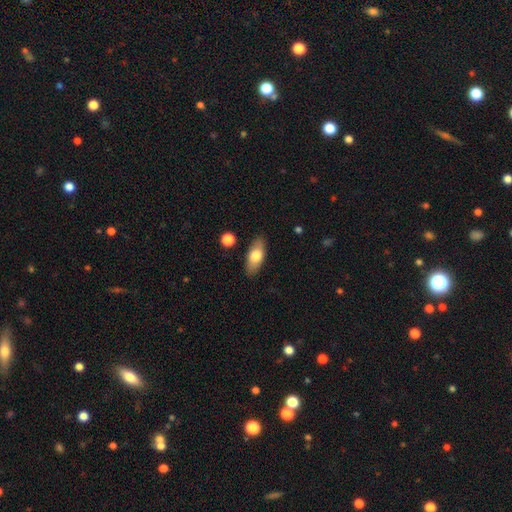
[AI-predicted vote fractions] This appears to be a smooth galaxy with no disk features (72%) that is in between round and cigar-shaped (82%). Merging: none (87%).